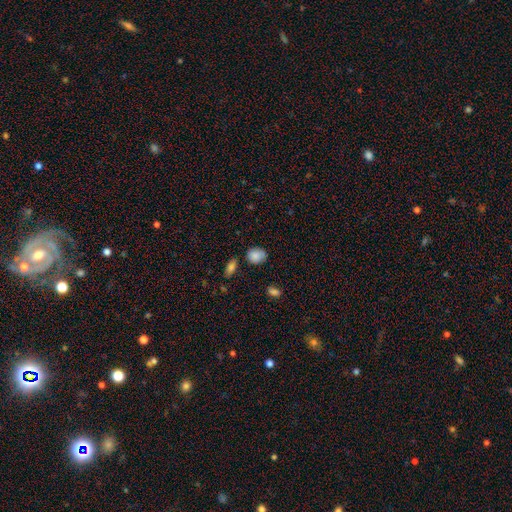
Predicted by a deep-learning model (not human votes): This appears to be a smooth galaxy with no disk features (85%) that is round (51%). Merging: none (73%).